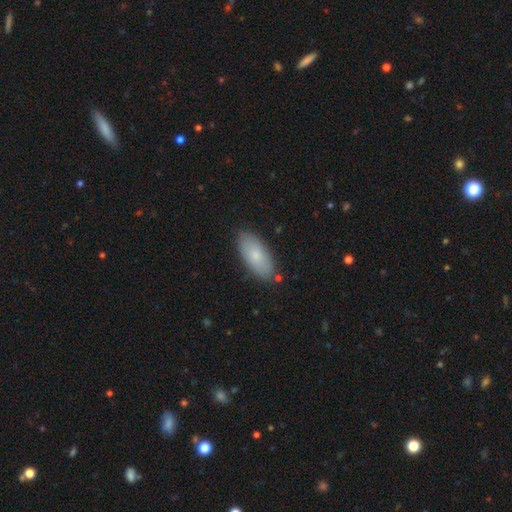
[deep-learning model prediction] Q: Smooth or featured?
A: smooth (79%); runner-up: featured or disk (15%)
Q: How rounded?
A: in between (88%); runner-up: cigar-shaped (10%)
Q: Merging?
A: none (83%); runner-up: minor disturbance (12%)